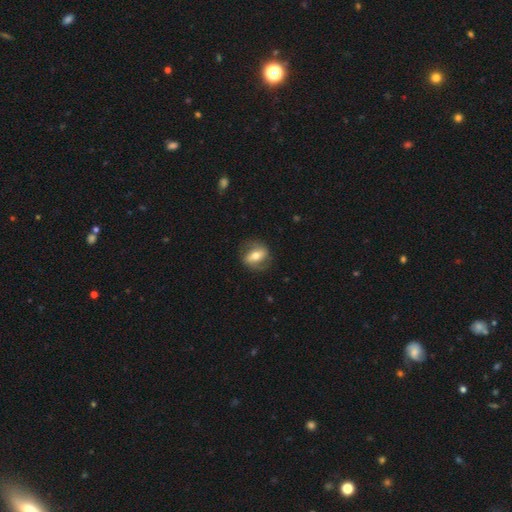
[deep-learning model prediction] Smooth or featured? featured or disk (53%)
Edge-on disk? no (89%)
Merging? none (75%)